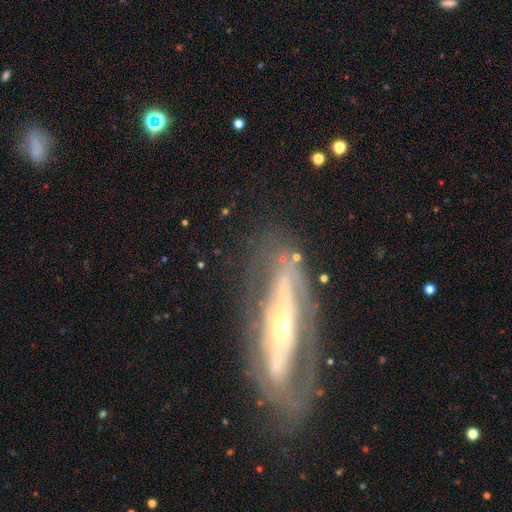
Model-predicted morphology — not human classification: Smooth or featured?
  - featured or disk: 78% *
  - smooth: 16%
  - star or artifact: 7%
Edge-on disk?
  - no: 72% *
  - yes: 28%
Bar?
  - no: 56% *
  - strong: 26%
  - weak: 19%
Spiral arms?
  - yes: 57% *
  - no: 43%
Bulge size?
  - small: 55% *
  - moderate: 38%
  - large: 4%
  - dominant: 2%
  - none: 1%
Merging?
  - none: 69% *
  - minor disturbance: 16%
  - major disturbance: 12%
  - merger: 2%